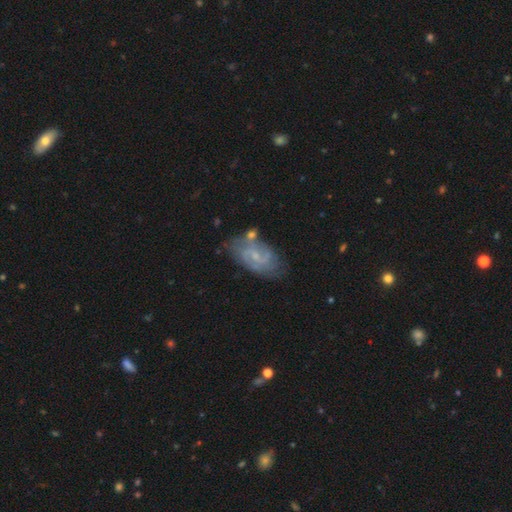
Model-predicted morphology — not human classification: A featured or disk galaxy (74%) with a weak bar (50%), 2 (57%) medium (44%) spiral arms (89%) and a small central bulge (68%).

Vote fractions:
- Smooth or featured? featured or disk: 74% / smooth: 18% / star or artifact: 8%
- Edge-on disk? no: 96% / yes: 4%
- Bar? weak: 50% / no: 42% / strong: 8%
- Spiral arms? yes: 89% / no: 11%
- Spiral winding? medium: 44% / tight: 37% / loose: 18%
- Spiral arm count? 2: 57% / can't tell: 25% / 3: 8% / 4: 3% / 1: 3% / more than 4: 3%
- Bulge size? small: 68% / moderate: 19% / none: 11% / large: 1% / dominant: 1%
- Merging? none: 65% / minor disturbance: 20% / merger: 8% / major disturbance: 7%